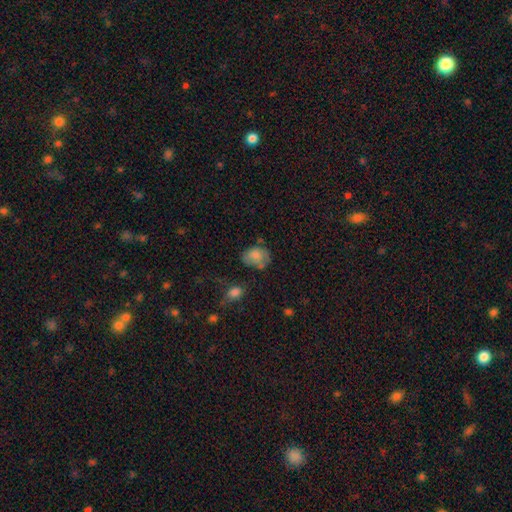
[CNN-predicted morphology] The model was most divided on "merging": none: 49%, minor disturbance: 30%, major disturbance: 13%, merger: 9%. More confident: smooth or featured — smooth (74%); how rounded — in between (66%).